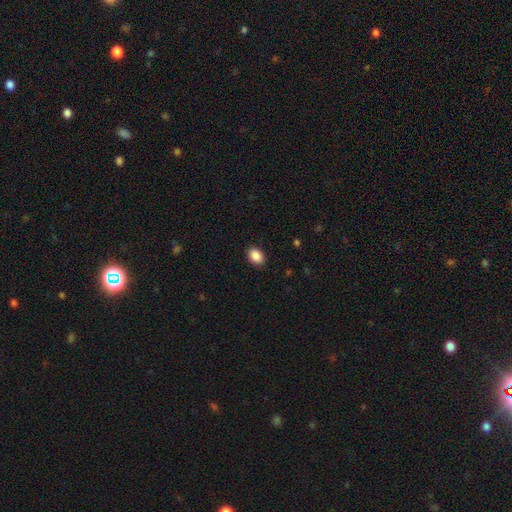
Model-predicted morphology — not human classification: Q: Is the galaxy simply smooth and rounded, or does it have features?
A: smooth — 89%.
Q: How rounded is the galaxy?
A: in between — 81%.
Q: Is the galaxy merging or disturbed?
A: none — 90%.